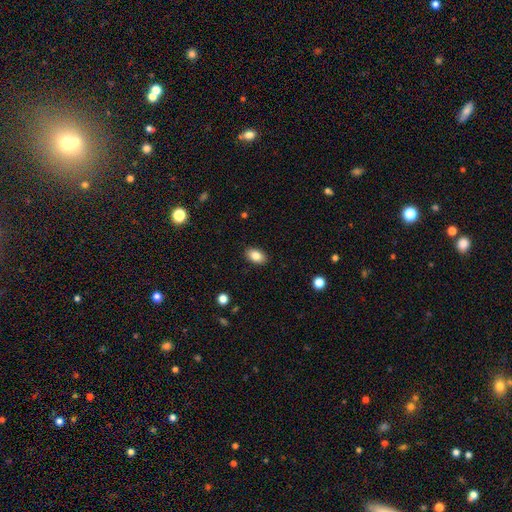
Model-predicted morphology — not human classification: The model was most divided on "smooth or featured": smooth: 84%, featured or disk: 8%, star or artifact: 8%. More confident: how rounded — in between (91%); merging — none (89%).